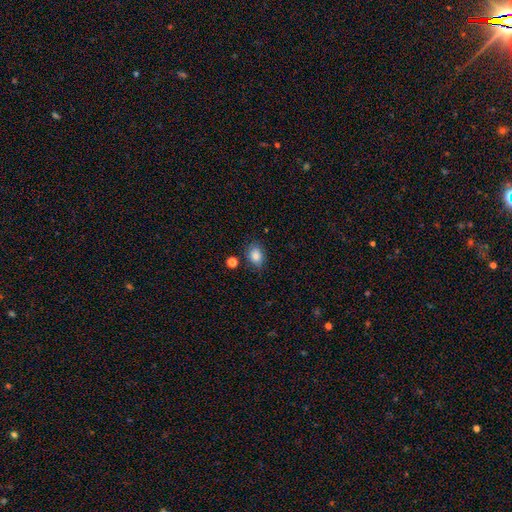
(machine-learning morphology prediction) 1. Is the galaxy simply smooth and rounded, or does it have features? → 85% smooth, 9% star or artifact, 6% featured or disk.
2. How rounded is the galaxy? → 65% in between, 33% round, 1% cigar-shaped.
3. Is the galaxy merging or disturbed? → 77% none, 15% minor disturbance, 4% merger, 4% major disturbance.